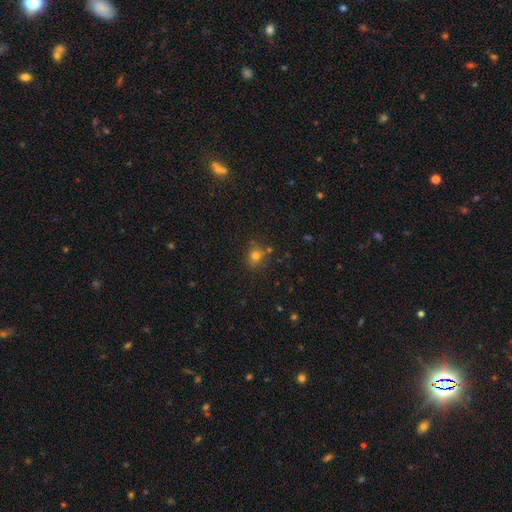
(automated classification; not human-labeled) This is likely a smooth galaxy (76%). How rounded: likely round (78%). Merging: likely none (74%).